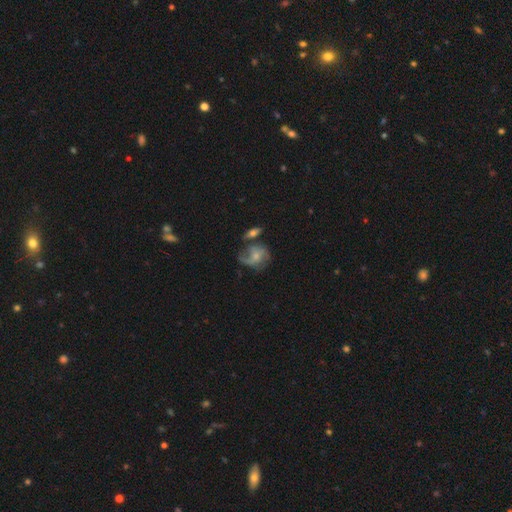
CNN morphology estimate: A featured or disk galaxy (72%) with no bar (66%), 2 (45%) medium (46%) spiral arms (89%) and a small central bulge (60%). Merging: none (47%).